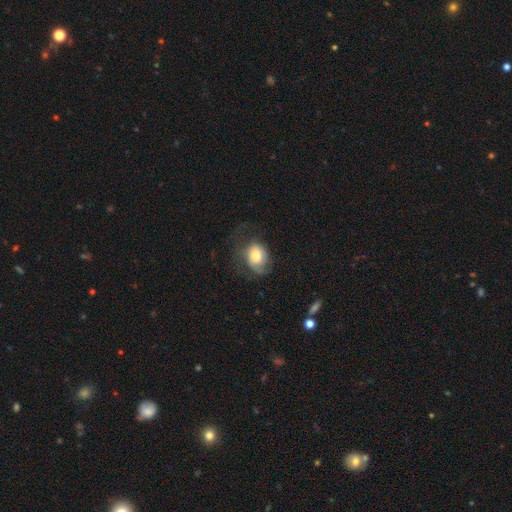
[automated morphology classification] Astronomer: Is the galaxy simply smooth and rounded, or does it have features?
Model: smooth — 64%.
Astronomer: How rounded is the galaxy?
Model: round — 50% (runner-up: in between, 49%).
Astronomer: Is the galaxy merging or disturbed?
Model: none — 43% (runner-up: major disturbance, 30%).